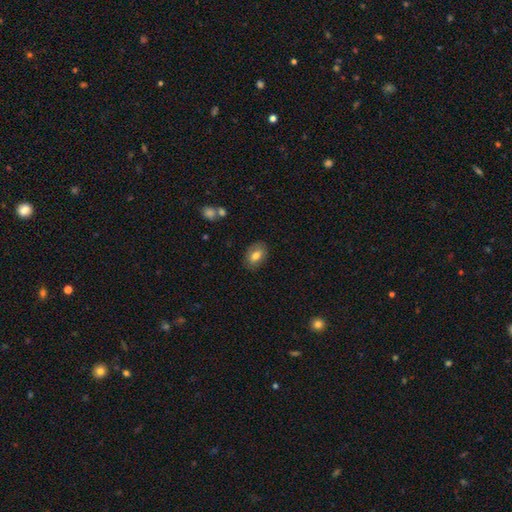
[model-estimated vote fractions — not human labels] Smooth or featured? smooth (76%)
How rounded? in between (85%)
Merging? none (84%)